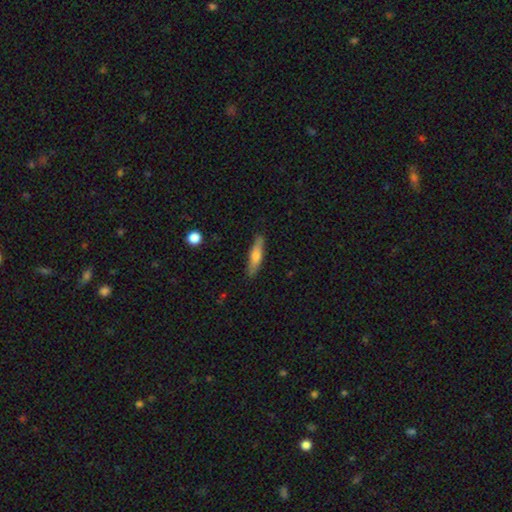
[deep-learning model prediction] Smooth or featured?
  - smooth: 59% *
  - featured or disk: 35%
  - star or artifact: 6%
How rounded?
  - cigar-shaped: 79% *
  - in between: 19%
  - round: 2%
Merging?
  - none: 87% *
  - minor disturbance: 10%
  - major disturbance: 2%
  - merger: 1%